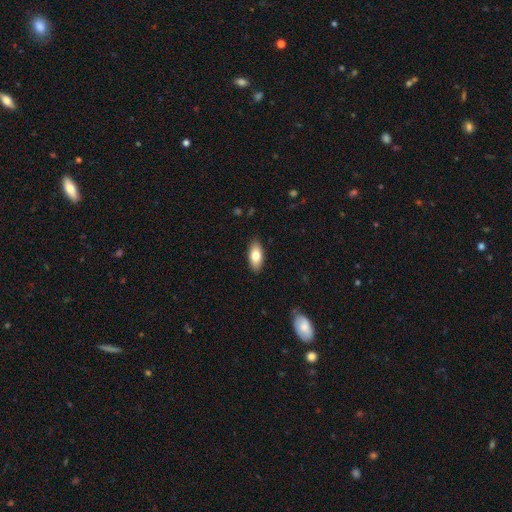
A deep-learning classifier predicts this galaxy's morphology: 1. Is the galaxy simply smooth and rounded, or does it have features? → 77% smooth, 17% featured or disk, 6% star or artifact.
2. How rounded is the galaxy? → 86% in between, 11% cigar-shaped, 3% round.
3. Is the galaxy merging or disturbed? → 89% none, 8% minor disturbance, 2% major disturbance, 1% merger.